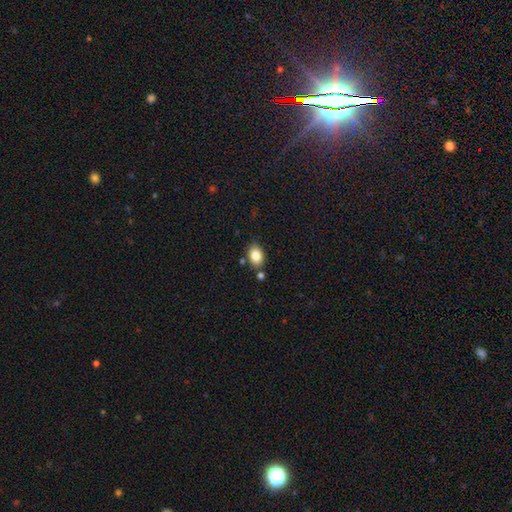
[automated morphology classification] A smooth galaxy with no disk features (84%) that is in between round and cigar-shaped (80%). Merging: none (78%).